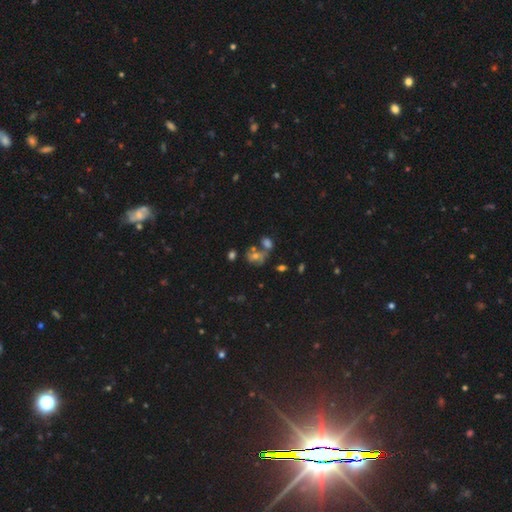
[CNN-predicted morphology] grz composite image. It shows a smooth galaxy with no disk features (38%). Merging: none (47%).